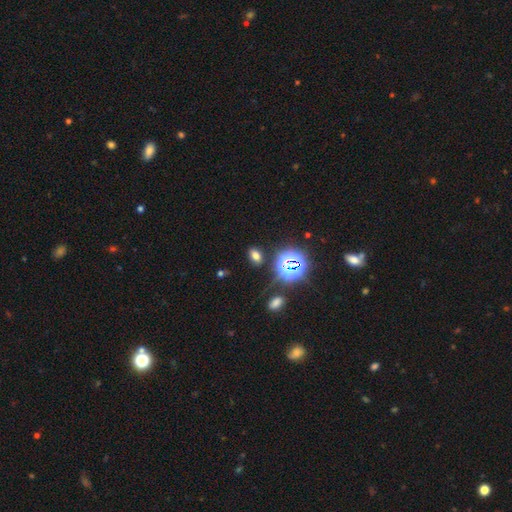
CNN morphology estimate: Smooth or featured: smooth — 61% (star or artifact — 30%)
How rounded: in between — 82% (round — 16%)
Merging: none — 85% (minor disturbance — 9%)